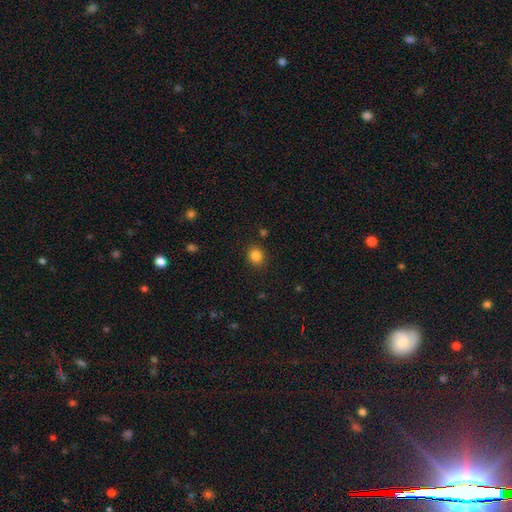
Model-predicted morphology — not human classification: Q: Smooth or featured?
A: smooth (84%); runner-up: star or artifact (12%)
Q: How rounded?
A: round (75%); runner-up: in between (24%)
Q: Merging?
A: none (89%); runner-up: minor disturbance (7%)